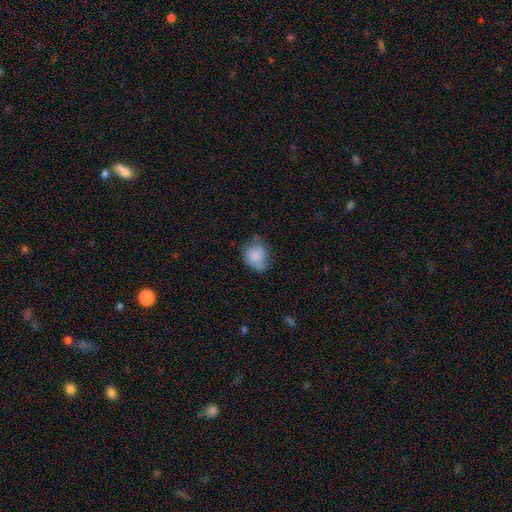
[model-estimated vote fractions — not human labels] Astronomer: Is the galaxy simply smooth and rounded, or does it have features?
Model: smooth — 58%.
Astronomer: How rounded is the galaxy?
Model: in between — 51% (runner-up: round, 47%).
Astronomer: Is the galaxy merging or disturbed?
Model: none — 42% (runner-up: minor disturbance, 34%).